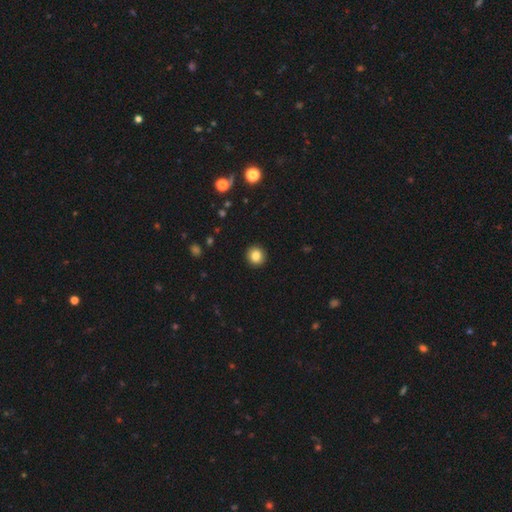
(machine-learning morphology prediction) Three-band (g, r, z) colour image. It shows a smooth galaxy with no disk features (85%) that is round (91%). Merging: none (93%).